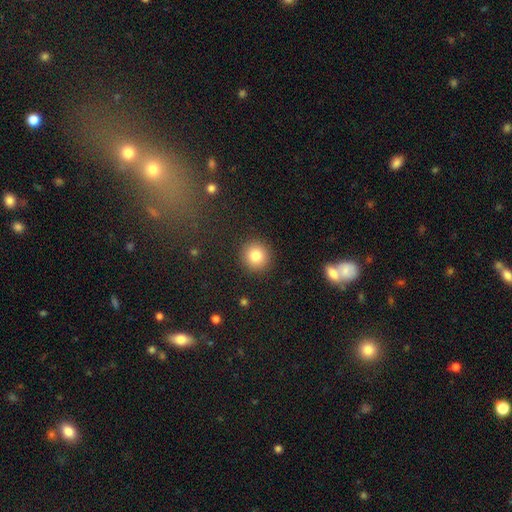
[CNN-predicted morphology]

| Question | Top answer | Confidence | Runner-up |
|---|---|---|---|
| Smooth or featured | smooth | 82% | star or artifact (10%) |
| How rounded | round | 93% | in between (6%) |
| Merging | none | 91% | minor disturbance (5%) |